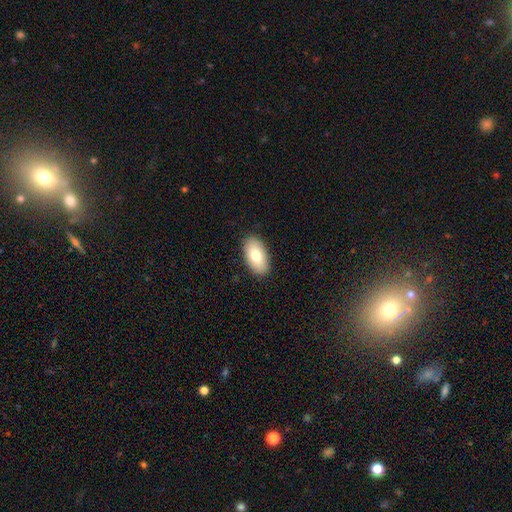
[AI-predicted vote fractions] smooth-or-featured: smooth: 76% | featured or disk: 18% | star or artifact: 7%
  how-rounded: in between: 94% | round: 3% | cigar-shaped: 2%
  merging: none: 88% | minor disturbance: 9% | major disturbance: 2% | merger: 1%